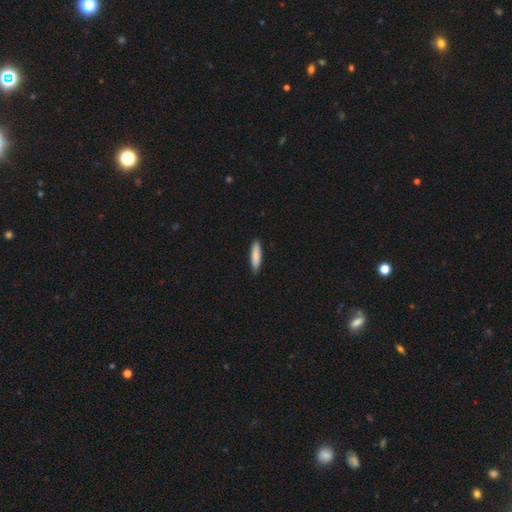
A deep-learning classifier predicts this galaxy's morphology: smooth-or-featured: smooth: 85% | featured or disk: 10% | star or artifact: 5%
  how-rounded: cigar-shaped: 76% | in between: 22% | round: 1%
  merging: none: 89% | minor disturbance: 8% | major disturbance: 1% | merger: 1%